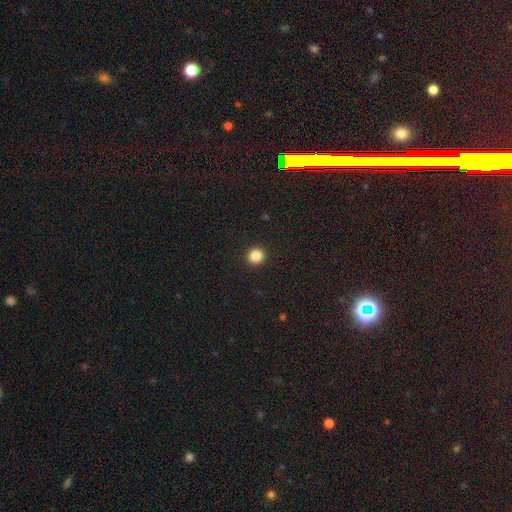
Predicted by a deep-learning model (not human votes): A smooth galaxy with no disk features (85%) that is round (93%).

Vote fractions:
- Smooth or featured? smooth: 85% / star or artifact: 11% / featured or disk: 4%
- How rounded? round: 93% / in between: 6% / cigar-shaped: 1%
- Merging? none: 93% / minor disturbance: 4% / major disturbance: 2% / merger: 1%